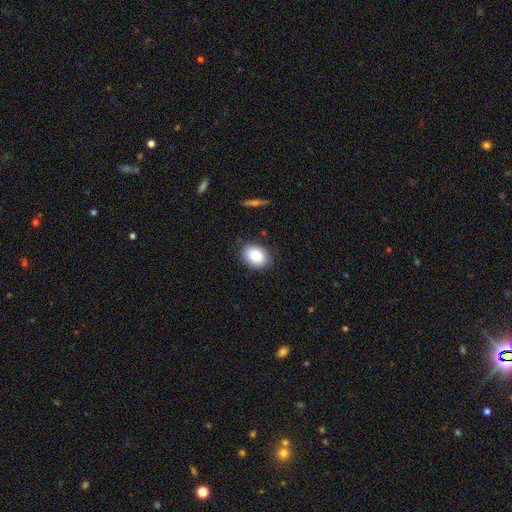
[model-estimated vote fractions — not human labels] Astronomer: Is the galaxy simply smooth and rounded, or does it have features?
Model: smooth — 86%.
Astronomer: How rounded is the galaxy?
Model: in between — 72%.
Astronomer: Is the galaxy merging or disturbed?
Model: none — 85%.